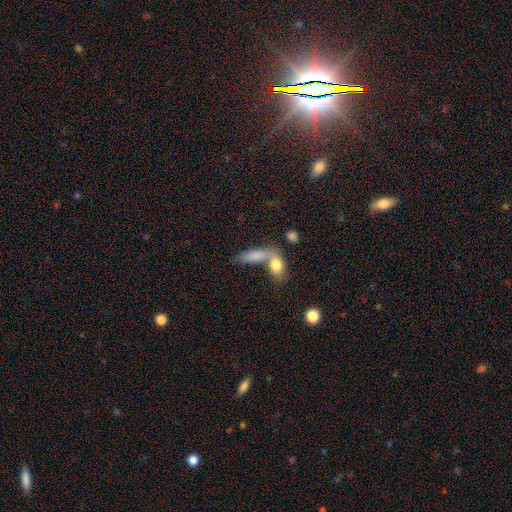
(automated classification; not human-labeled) Q: Smooth or featured?
A: smooth (79%); runner-up: featured or disk (14%)
Q: How rounded?
A: in between (61%); runner-up: cigar-shaped (34%)
Q: Merging?
A: merger (50%); runner-up: none (34%)